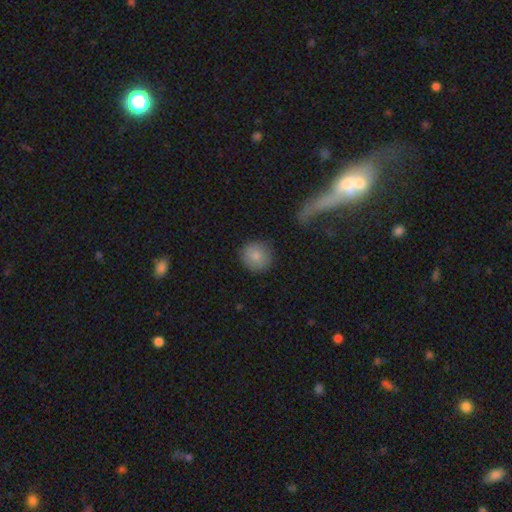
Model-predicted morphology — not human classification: type=smooth (82%); roundness=round (93%); merging=none (86%).